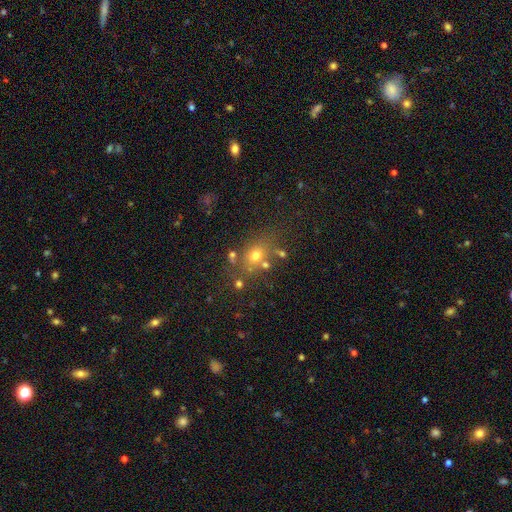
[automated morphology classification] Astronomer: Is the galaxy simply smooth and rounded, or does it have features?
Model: smooth — 65%.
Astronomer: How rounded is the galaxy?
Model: round — 56% (runner-up: in between, 42%).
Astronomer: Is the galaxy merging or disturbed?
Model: none — 64%.